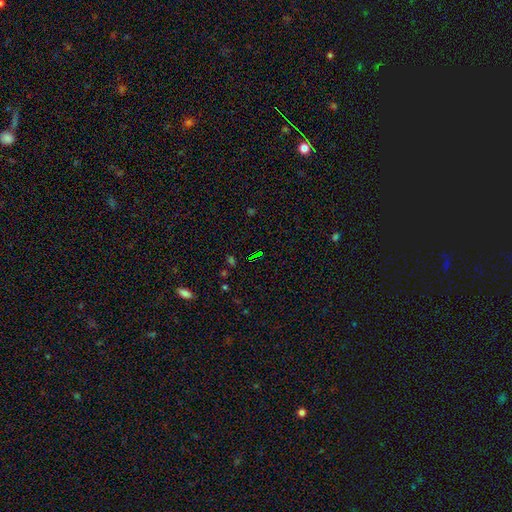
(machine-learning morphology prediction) This is likely a star or artifact rather than a galaxy (65%).